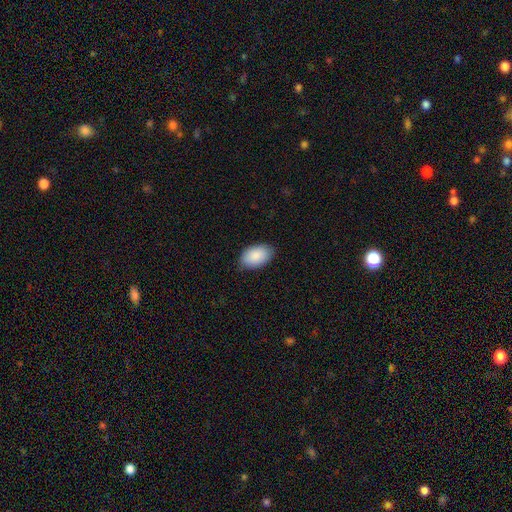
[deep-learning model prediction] Overall: smooth (90%). How rounded: in between (94%). Merging: none (83%).